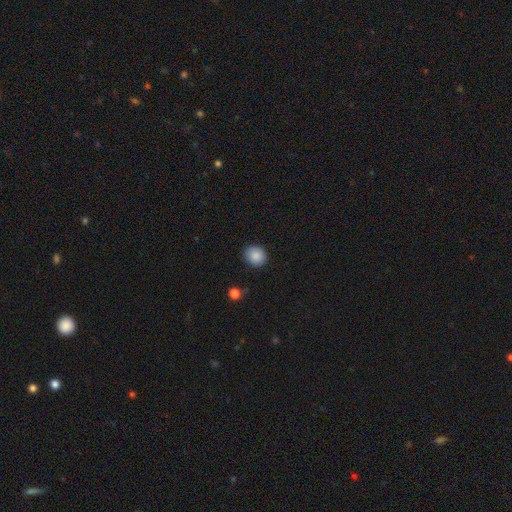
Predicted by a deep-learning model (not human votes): This is clearly a smooth galaxy (88%). How rounded: likely round (75%). Merging: clearly none (88%).